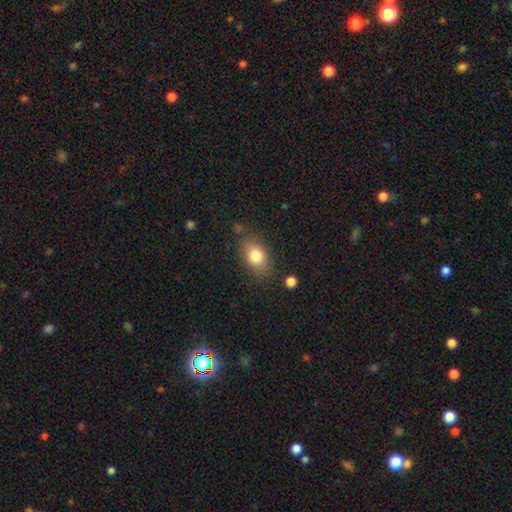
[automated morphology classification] The model was most divided on "how rounded": in between: 79%, round: 19%, cigar-shaped: 2%. More confident: smooth or featured — smooth (80%); merging — none (79%).